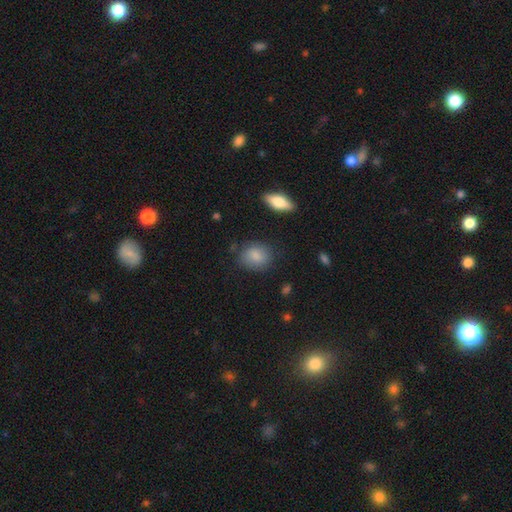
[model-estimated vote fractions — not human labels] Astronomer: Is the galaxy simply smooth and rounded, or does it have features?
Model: smooth — 85%.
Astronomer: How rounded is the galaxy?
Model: in between — 51% (runner-up: round, 47%).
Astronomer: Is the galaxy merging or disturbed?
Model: none — 75%.